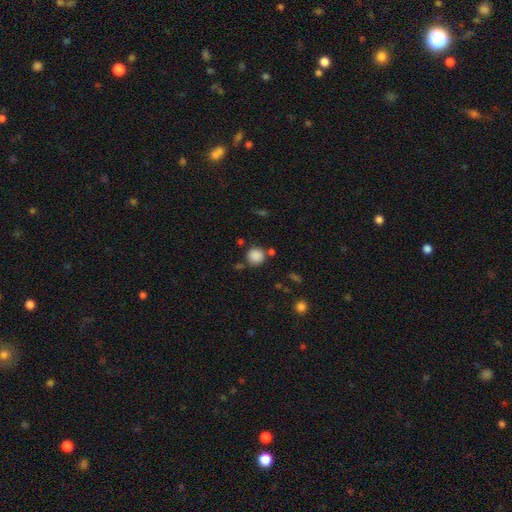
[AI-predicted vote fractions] Q: Smooth or featured?
A: smooth (87%); runner-up: star or artifact (10%)
Q: How rounded?
A: round (89%); runner-up: in between (10%)
Q: Merging?
A: none (75%); runner-up: minor disturbance (11%)